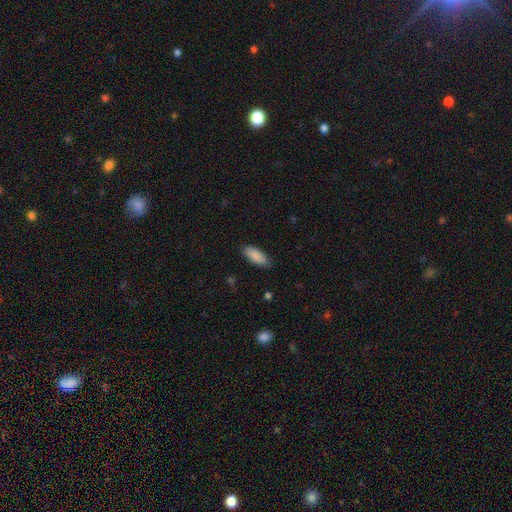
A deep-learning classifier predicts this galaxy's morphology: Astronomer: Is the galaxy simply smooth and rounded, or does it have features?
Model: smooth — 89%.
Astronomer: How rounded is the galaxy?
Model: in between — 75%.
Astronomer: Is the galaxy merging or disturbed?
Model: none — 85%.